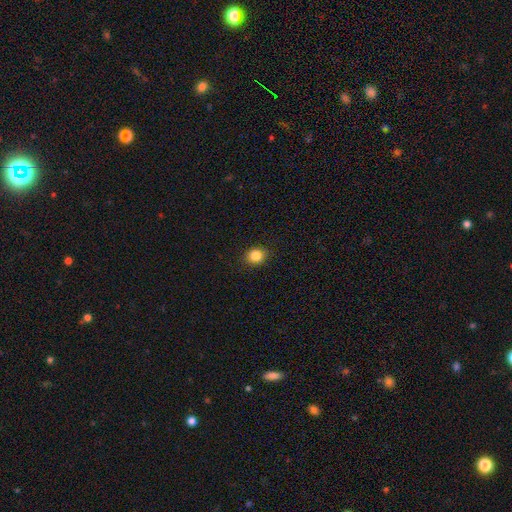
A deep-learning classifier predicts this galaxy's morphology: Smooth or featured? smooth (85%)
How rounded? round (73%)
Merging? none (88%)